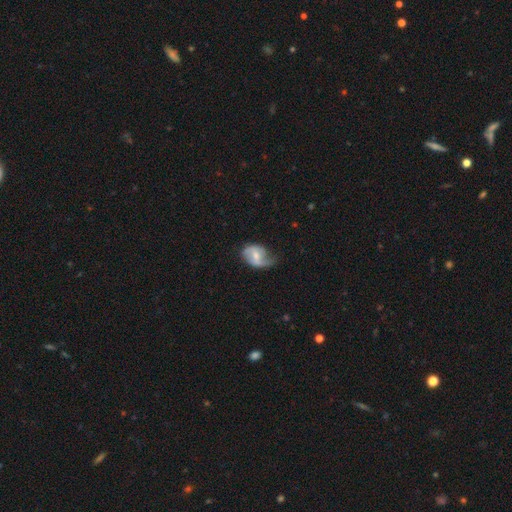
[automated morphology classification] Smooth or featured? featured or disk (61%)
Edge-on disk? no (97%)
Bar? weak (49%)
Spiral arms? yes (84%)
Bulge size? moderate (50%)
Merging? none (40%)